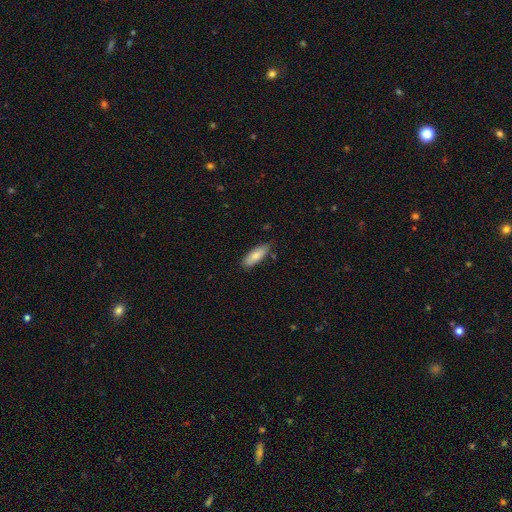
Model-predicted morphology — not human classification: This appears to be a smooth galaxy with no disk features (81%) that is in between round and cigar-shaped (68%). Merging: none (77%).